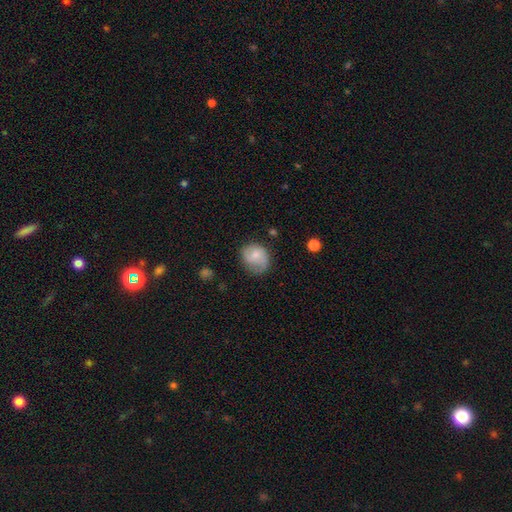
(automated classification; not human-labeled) A smooth galaxy with no disk features (62%) that is round (66%).

Vote fractions:
- Smooth or featured? smooth: 62% / featured or disk: 30% / star or artifact: 8%
- How rounded? round: 66% / in between: 34% / cigar-shaped: 1%
- Merging? none: 57% / minor disturbance: 29% / major disturbance: 12% / merger: 2%